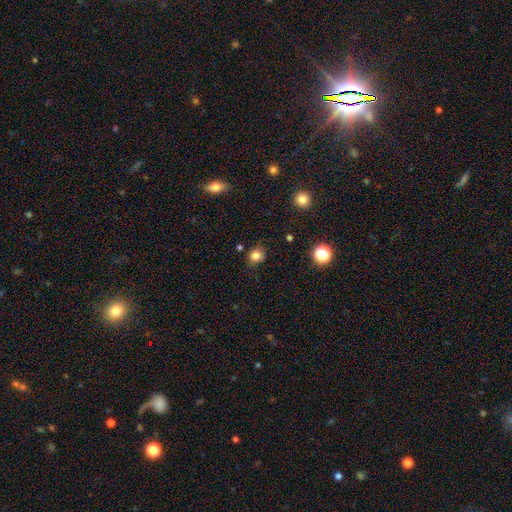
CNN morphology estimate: type=smooth (81%); roundness=round (67%); merging=none (78%).